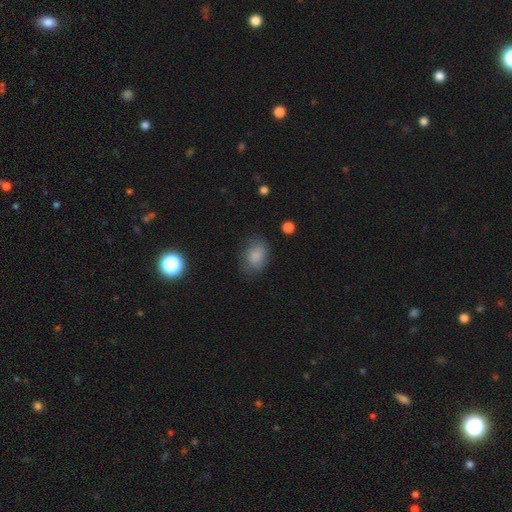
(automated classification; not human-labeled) Overall: smooth (84%). How rounded: in between (74%). Merging: none (73%).